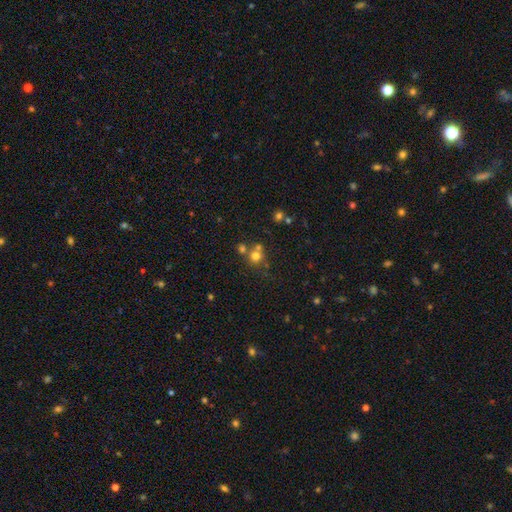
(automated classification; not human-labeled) This is likely a smooth galaxy (70%). How rounded: clearly round (88%). Merging: possibly none (54%).